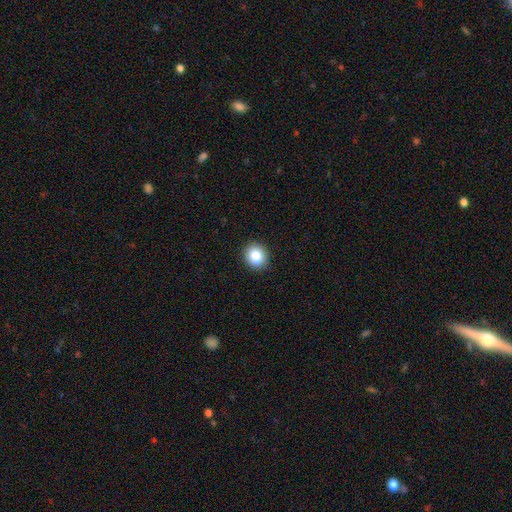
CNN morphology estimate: A smooth galaxy with no disk features (86%) that is round (80%). Merging: none (91%).